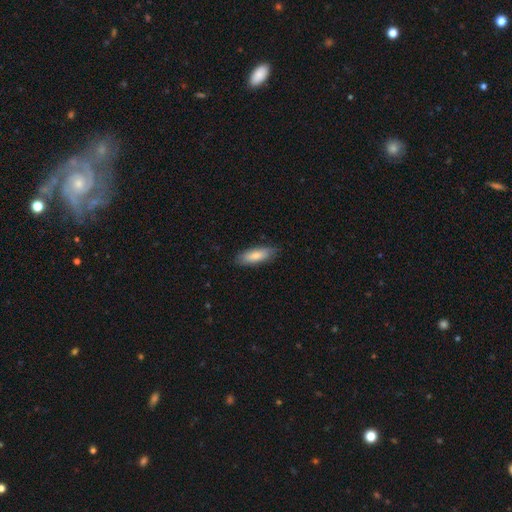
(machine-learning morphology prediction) Smooth or featured? smooth (77%)
How rounded? in between (64%)
Merging? none (82%)